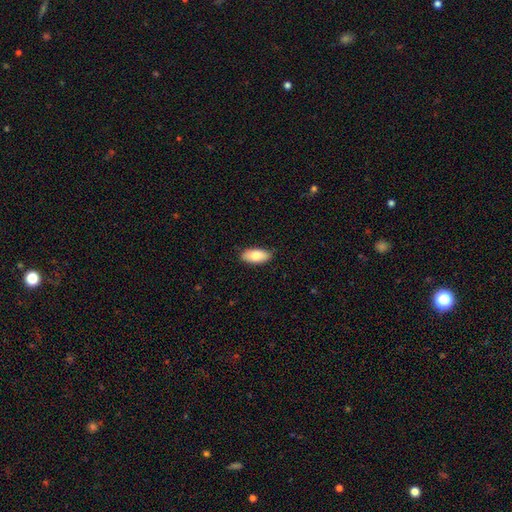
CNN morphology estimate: Smooth or featured: smooth — 78% (featured or disk — 16%)
How rounded: in between — 91% (cigar-shaped — 7%)
Merging: none — 87% (minor disturbance — 10%)